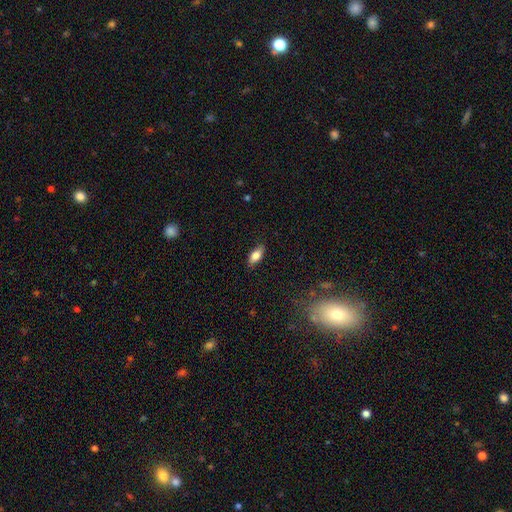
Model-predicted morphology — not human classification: Smooth or featured: smooth — 78% (featured or disk — 15%)
How rounded: in between — 80% (cigar-shaped — 17%)
Merging: none — 84% (minor disturbance — 12%)